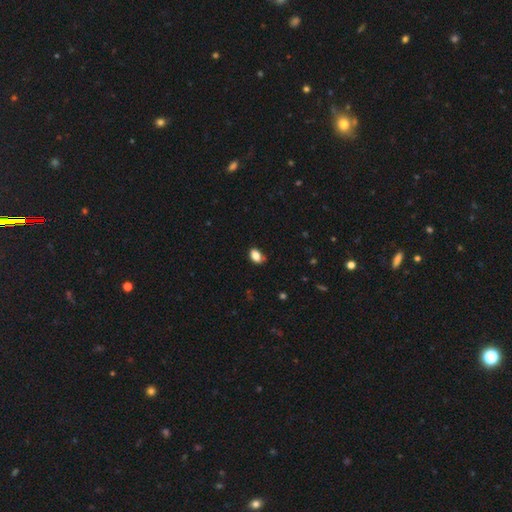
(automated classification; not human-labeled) A smooth galaxy with no disk features (84%) that is in between round and cigar-shaped (85%). Merging: none (75%).